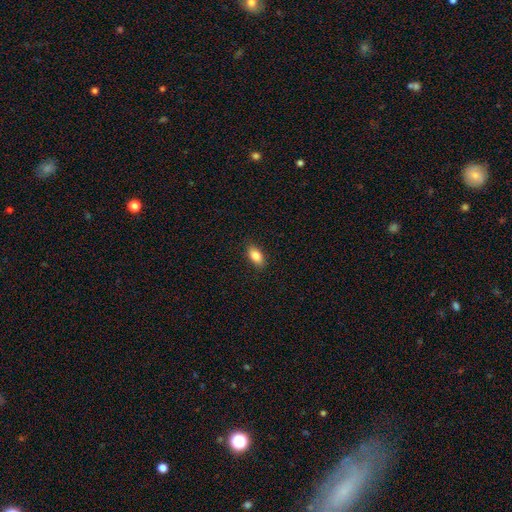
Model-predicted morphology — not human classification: This is clearly a smooth galaxy (85%). How rounded: clearly in between (90%). Merging: clearly none (88%).